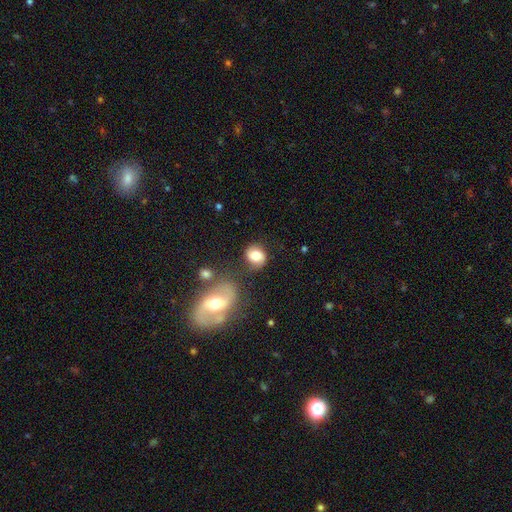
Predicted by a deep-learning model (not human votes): A smooth galaxy with no disk features (60%) that is round (62%).

Vote fractions:
- Smooth or featured? smooth: 60% / featured or disk: 31% / star or artifact: 9%
- How rounded? round: 62% / in between: 36% / cigar-shaped: 1%
- Merging? none: 63% / minor disturbance: 19% / merger: 10% / major disturbance: 8%